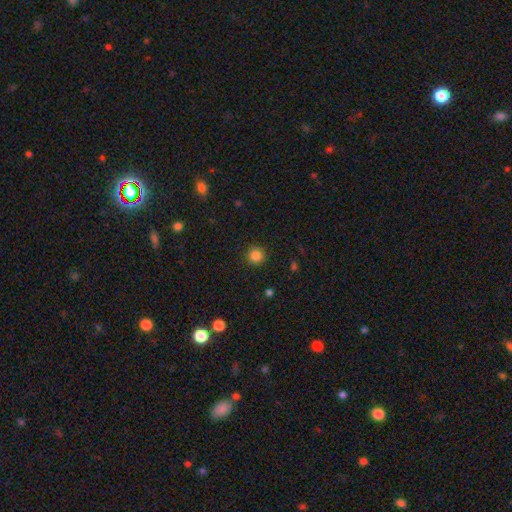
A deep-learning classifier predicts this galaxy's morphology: A smooth galaxy with no disk features (84%) that is round (94%). Merging: none (91%).